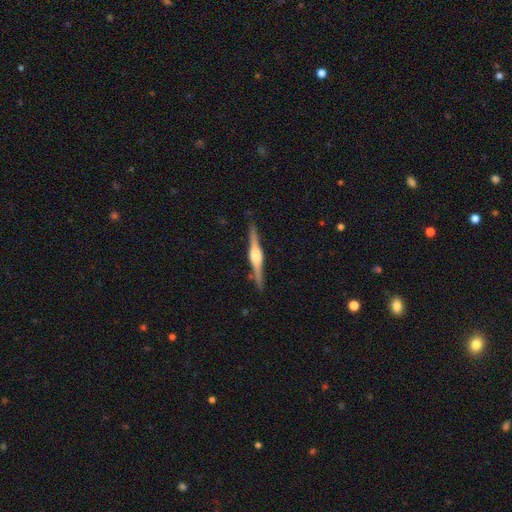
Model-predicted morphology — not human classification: smooth-or-featured: featured or disk: 84% | smooth: 11% | star or artifact: 5%
  disk-edge-on: yes: 98% | no: 2%
    edge-on-bulge: rounded: 86% | boxy: 11% | none: 2%
  merging: none: 89% | minor disturbance: 8% | major disturbance: 1% | merger: 1%